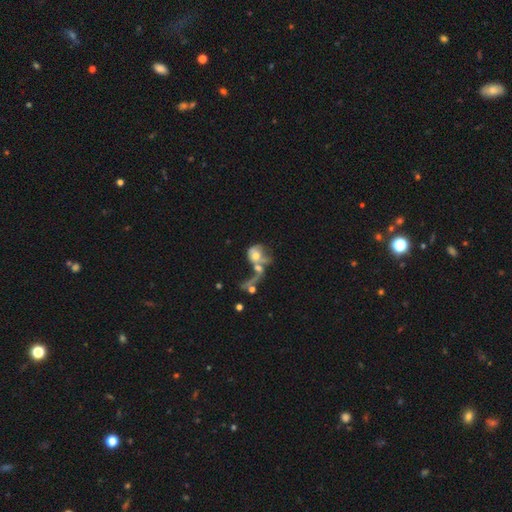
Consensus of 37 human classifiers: Smooth or featured?
  - smooth: 51% *
  - featured or disk: 41%
  - star or artifact: 8%
How rounded?
  - round: 53% *
  - in between: 47%
  - cigar-shaped: 0%
Merging?
  - merger: 71% *
  - major disturbance: 24%
  - none: 6%
  - minor disturbance: 0%